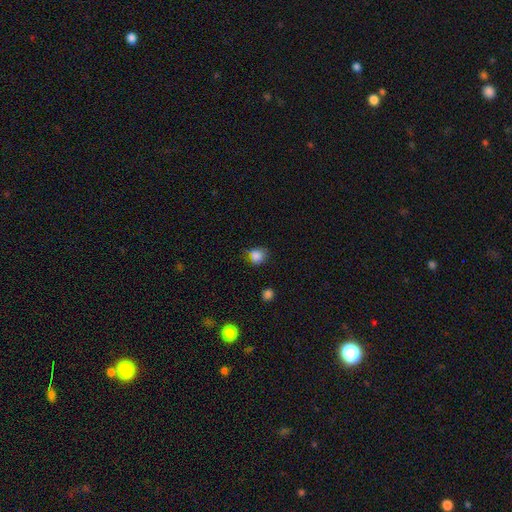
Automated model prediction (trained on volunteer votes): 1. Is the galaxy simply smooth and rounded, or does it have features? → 84% smooth, 11% star or artifact, 5% featured or disk.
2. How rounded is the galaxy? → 74% round, 25% in between, 1% cigar-shaped.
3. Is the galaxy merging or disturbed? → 63% none, 26% minor disturbance, 7% major disturbance, 4% merger.